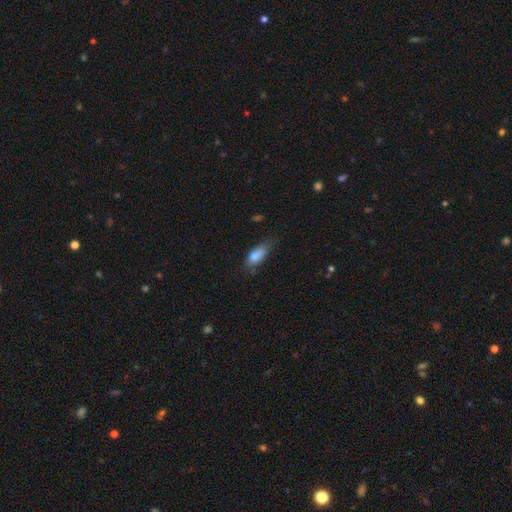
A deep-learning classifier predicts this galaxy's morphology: type=smooth (80%); roundness=in between (82%); merging=none (48%).